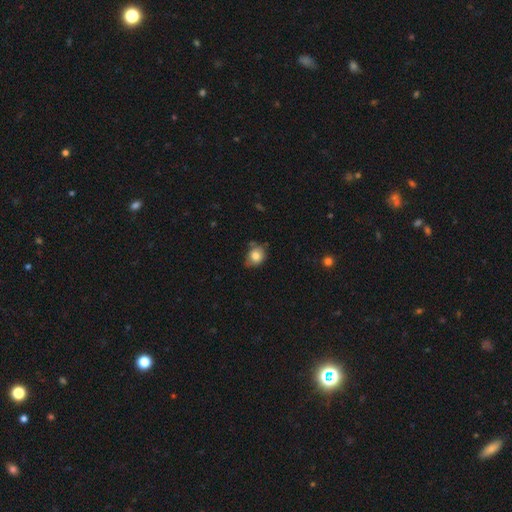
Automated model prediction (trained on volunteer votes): This appears to be a smooth galaxy with no disk features (78%) that is round (55%). Merging: none (48%).